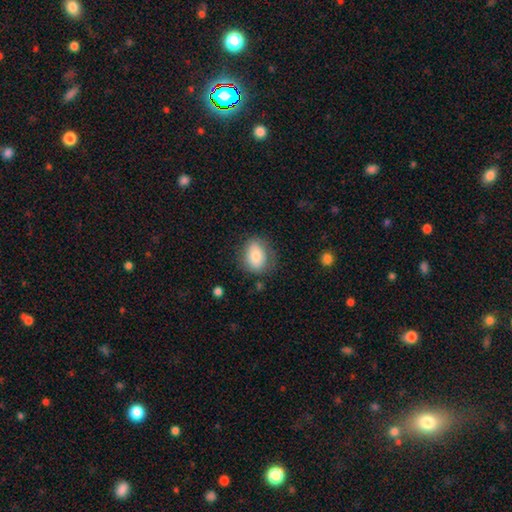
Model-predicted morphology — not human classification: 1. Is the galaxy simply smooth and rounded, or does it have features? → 75% smooth, 17% featured or disk, 7% star or artifact.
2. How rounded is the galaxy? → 64% in between, 35% round, 1% cigar-shaped.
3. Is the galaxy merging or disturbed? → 69% none, 21% minor disturbance, 8% major disturbance, 2% merger.